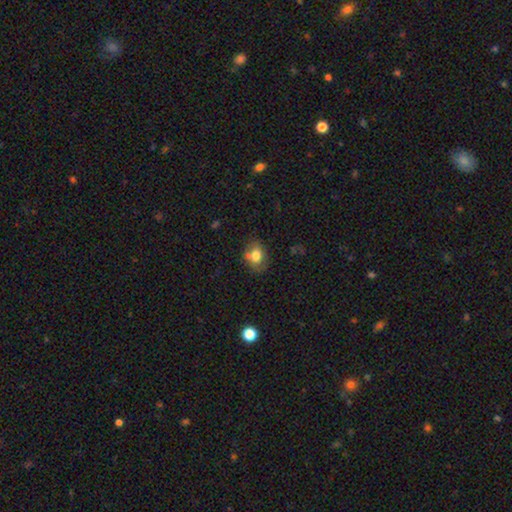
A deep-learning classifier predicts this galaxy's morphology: This appears to be a smooth galaxy with no disk features (74%) that is in between round and cigar-shaped (58%). Merging: none (59%).